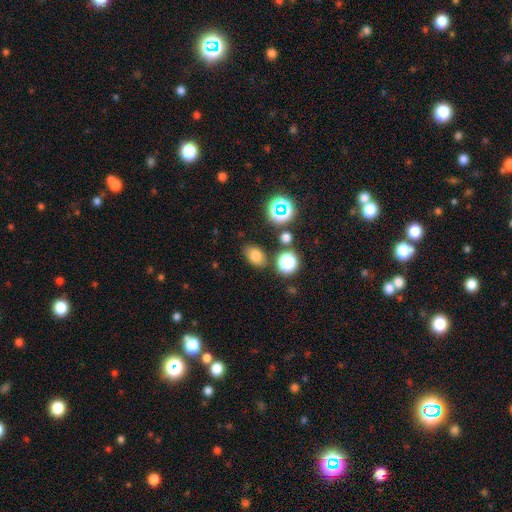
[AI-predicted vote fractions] Overall: smooth (74%). How rounded: in between (77%). Merging: none (78%).